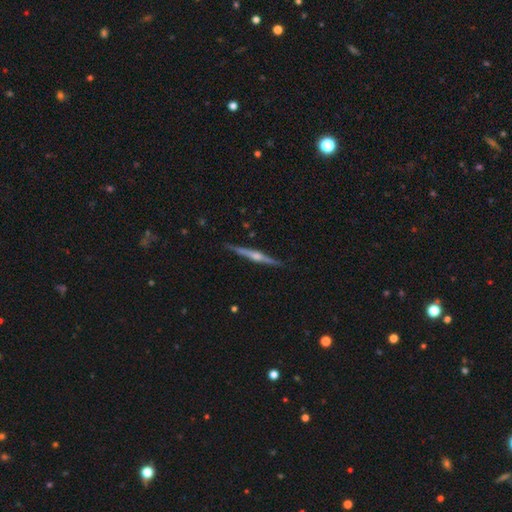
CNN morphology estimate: The model was most divided on "smooth or featured": featured or disk: 77%, smooth: 16%, star or artifact: 8%. More confident: edge-on disk — yes (97%); merging — none (89%); edge-on bulge — rounded (83%).